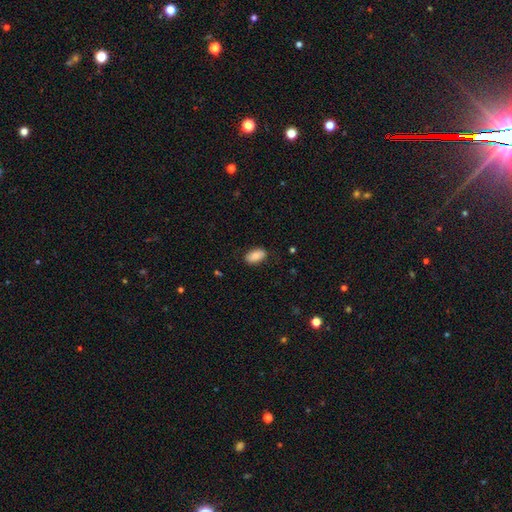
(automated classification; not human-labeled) This appears to be a smooth galaxy with no disk features (82%) that is in between round and cigar-shaped (93%). Merging: none (84%).